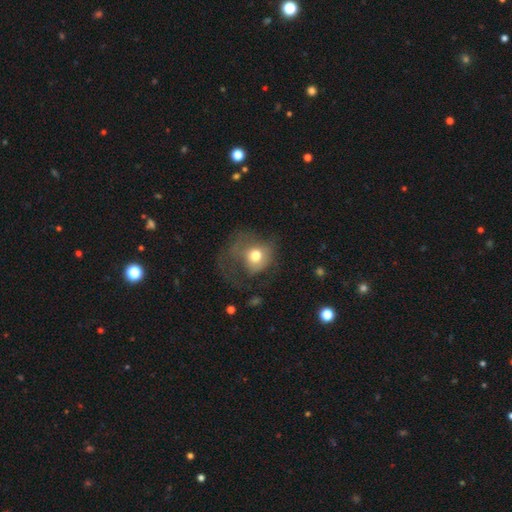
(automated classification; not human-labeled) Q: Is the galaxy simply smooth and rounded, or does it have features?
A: smooth — 65%.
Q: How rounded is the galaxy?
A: round — 67%.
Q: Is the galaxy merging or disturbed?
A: major disturbance — 52%.